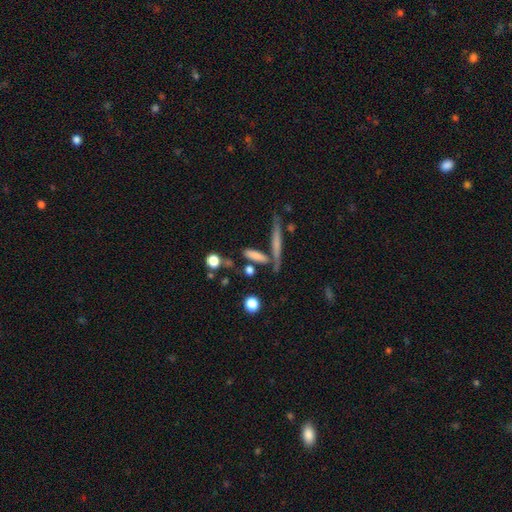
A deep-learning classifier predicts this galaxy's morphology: This is likely a smooth galaxy (67%). How rounded: likely cigar-shaped (64%). Merging: likely none (67%).